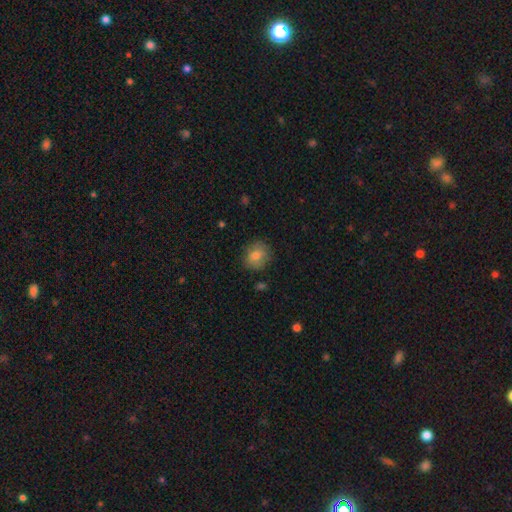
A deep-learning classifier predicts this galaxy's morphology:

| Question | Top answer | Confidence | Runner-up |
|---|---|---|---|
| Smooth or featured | smooth | 82% | featured or disk (9%) |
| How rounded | round | 72% | in between (27%) |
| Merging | none | 84% | minor disturbance (12%) |